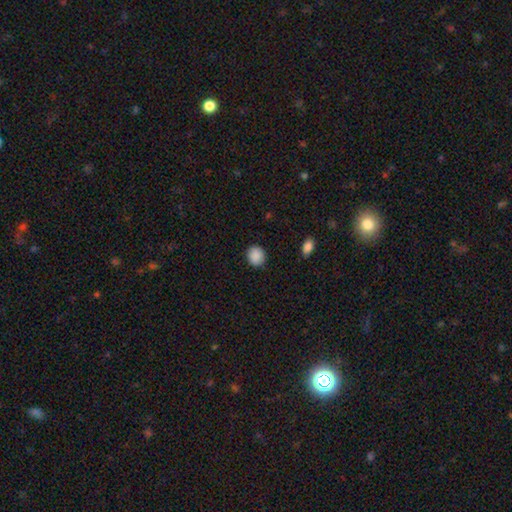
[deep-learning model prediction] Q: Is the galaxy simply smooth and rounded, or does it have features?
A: smooth — 90%.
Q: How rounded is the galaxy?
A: round — 76%.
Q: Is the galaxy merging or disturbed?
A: none — 89%.